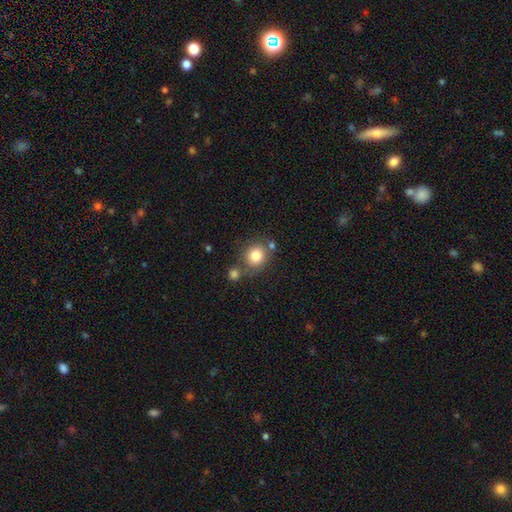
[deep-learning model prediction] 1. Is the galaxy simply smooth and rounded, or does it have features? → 81% smooth, 10% star or artifact, 9% featured or disk.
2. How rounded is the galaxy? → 83% round, 16% in between, 1% cigar-shaped.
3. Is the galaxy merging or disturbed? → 65% none, 18% merger, 12% minor disturbance, 4% major disturbance.